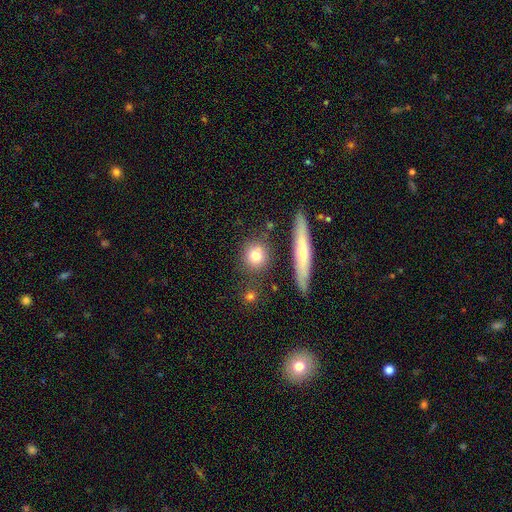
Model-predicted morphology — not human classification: A smooth galaxy with no disk features (76%) that is round (78%). Merging: none (80%).